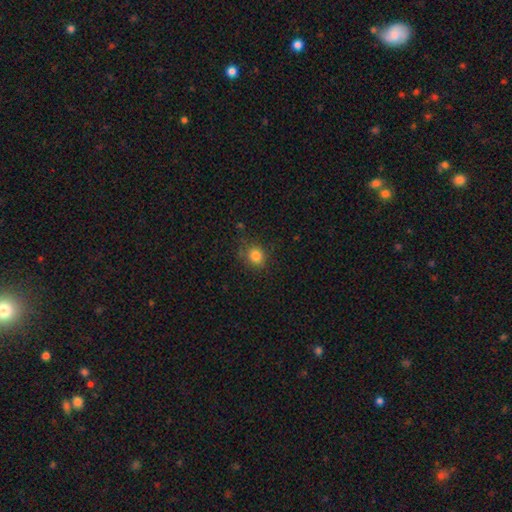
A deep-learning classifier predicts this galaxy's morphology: A smooth galaxy with no disk features (82%) that is round (80%). Merging: none (80%).